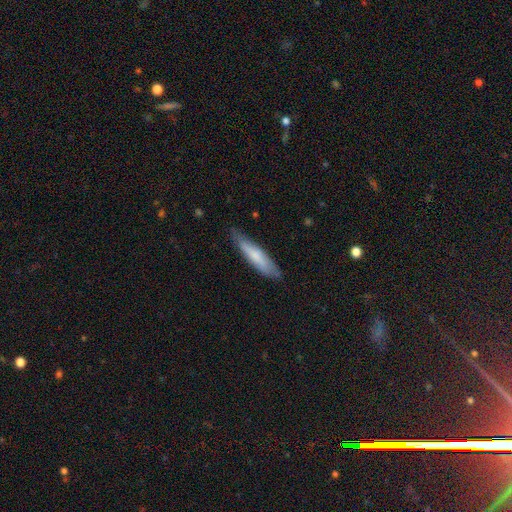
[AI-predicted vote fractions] Smooth or featured?
  - smooth: 68% *
  - featured or disk: 26%
  - star or artifact: 6%
How rounded?
  - cigar-shaped: 83% *
  - in between: 16%
  - round: 1%
Merging?
  - none: 77% *
  - minor disturbance: 19%
  - major disturbance: 3%
  - merger: 1%